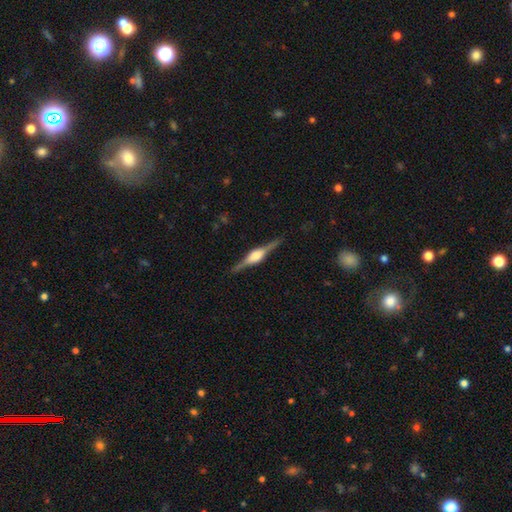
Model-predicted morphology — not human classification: smooth-or-featured: featured or disk: 86% | smooth: 9% | star or artifact: 5%
  disk-edge-on: yes: 98% | no: 2%
    edge-on-bulge: rounded: 78% | boxy: 20% | none: 2%
  merging: none: 89% | minor disturbance: 8% | major disturbance: 2% | merger: 1%